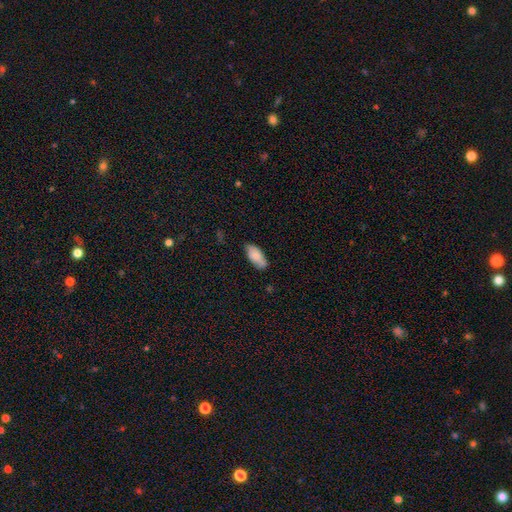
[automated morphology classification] This appears to be a smooth galaxy with no disk features (86%) that is in between round and cigar-shaped (90%). Merging: none (78%).